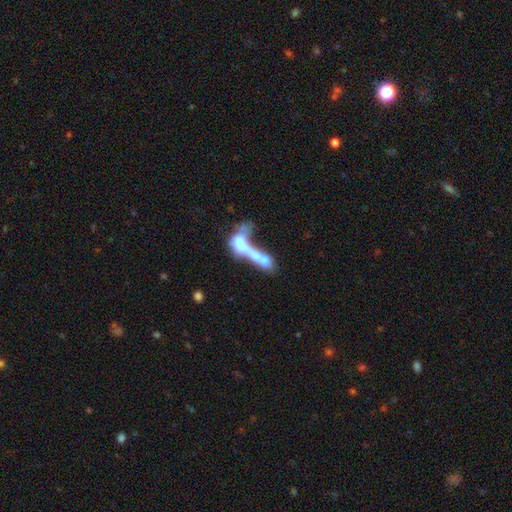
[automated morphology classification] This is marginally a smooth galaxy (45%). Merging: likely merger (72%).